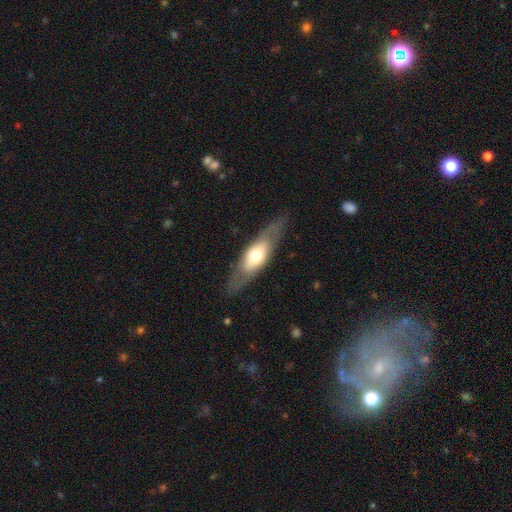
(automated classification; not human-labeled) smooth_or_featured: smooth (p=0.49) [alt: featured or disk p=0.46]
merging: none (p=0.80) [alt: minor disturbance p=0.14]